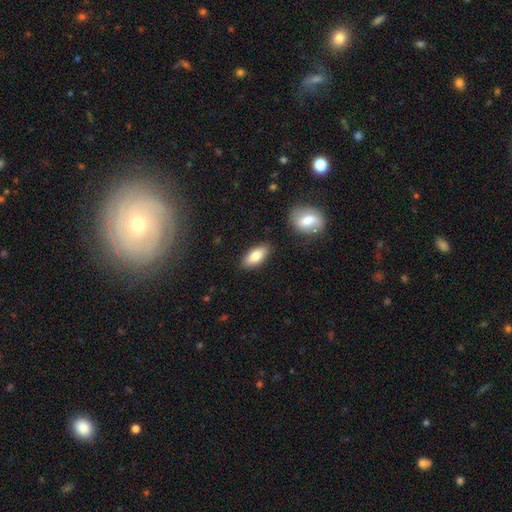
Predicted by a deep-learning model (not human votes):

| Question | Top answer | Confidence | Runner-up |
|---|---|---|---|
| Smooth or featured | smooth | 81% | featured or disk (13%) |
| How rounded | in between | 85% | cigar-shaped (12%) |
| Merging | none | 85% | minor disturbance (10%) |